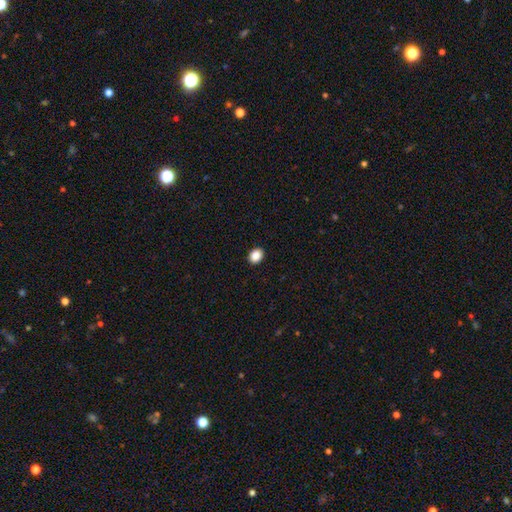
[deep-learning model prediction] This appears to be a smooth galaxy with no disk features (89%) that is in between round and cigar-shaped (58%). Merging: none (92%).